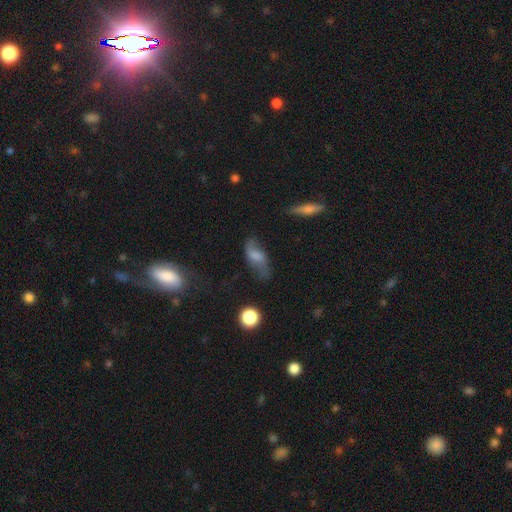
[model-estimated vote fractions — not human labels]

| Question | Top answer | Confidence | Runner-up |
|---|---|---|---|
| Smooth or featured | featured or disk | 47% | smooth (43%) |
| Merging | none | 59% | minor disturbance (26%) |